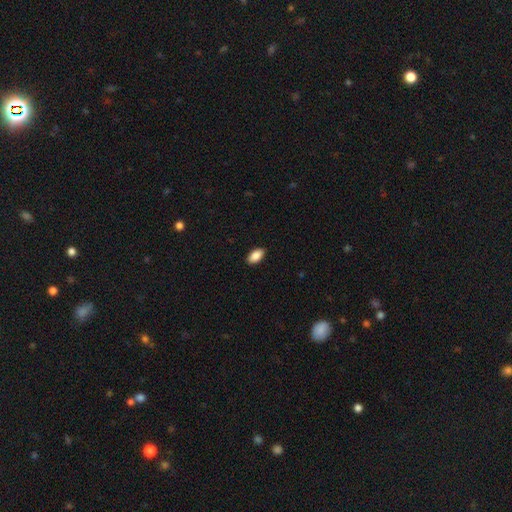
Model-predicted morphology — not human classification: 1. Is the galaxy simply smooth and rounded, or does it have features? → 88% smooth, 7% star or artifact, 5% featured or disk.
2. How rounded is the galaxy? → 93% in between, 4% cigar-shaped, 3% round.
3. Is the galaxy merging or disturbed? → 90% none, 8% minor disturbance, 2% major disturbance, 1% merger.